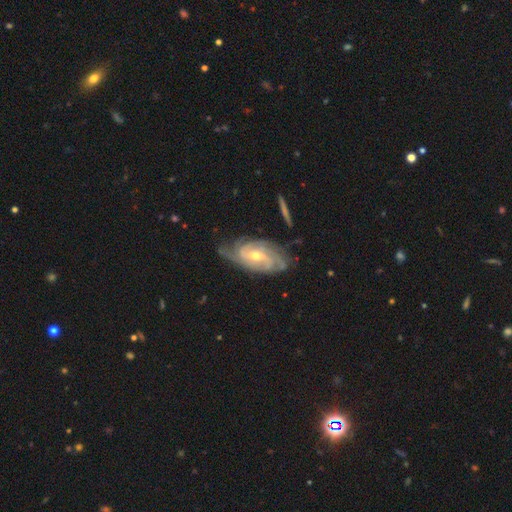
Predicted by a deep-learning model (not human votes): A featured or disk galaxy (88%) with a weak bar (45%), 3 (26%) tight (65%) spiral arms (97%) and a moderate central bulge (50%).

Vote fractions:
- Smooth or featured? featured or disk: 88% / smooth: 7% / star or artifact: 5%
- Edge-on disk? no: 94% / yes: 6%
- Bar? weak: 45% / no: 40% / strong: 16%
- Spiral arms? yes: 97% / no: 3%
- Spiral winding? tight: 65% / medium: 29% / loose: 6%
- Spiral arm count? 3: 26% / can't tell: 25% / 4: 20% / 2: 19% / more than 4: 6% / 1: 5%
- Bulge size? moderate: 50% / small: 47% / large: 2% / none: 1% / dominant: 1%
- Merging? none: 68% / minor disturbance: 22% / major disturbance: 7% / merger: 2%